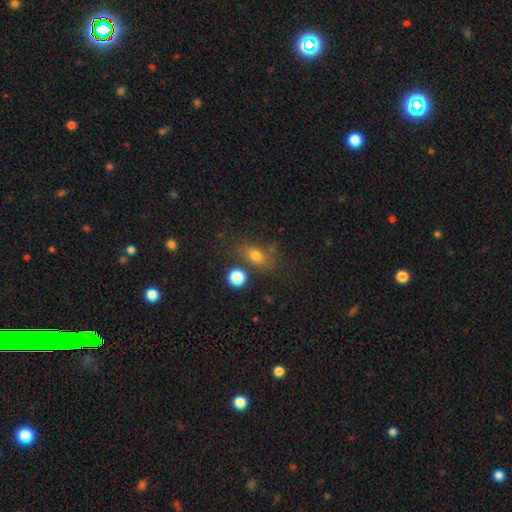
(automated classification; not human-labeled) smooth_or_featured: smooth (p=0.76) [alt: star or artifact p=0.14]
how_rounded: in between (p=0.69) [alt: round p=0.26]
merging: none (p=0.69) [alt: minor disturbance p=0.15]